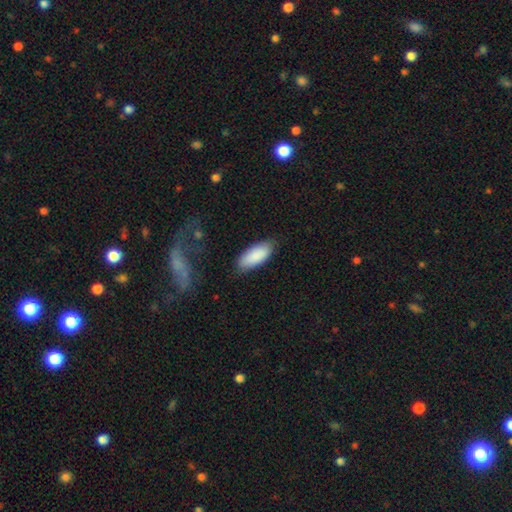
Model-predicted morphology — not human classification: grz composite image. It shows a smooth galaxy with no disk features (88%) that is in between round and cigar-shaped (83%). Merging: none (83%).